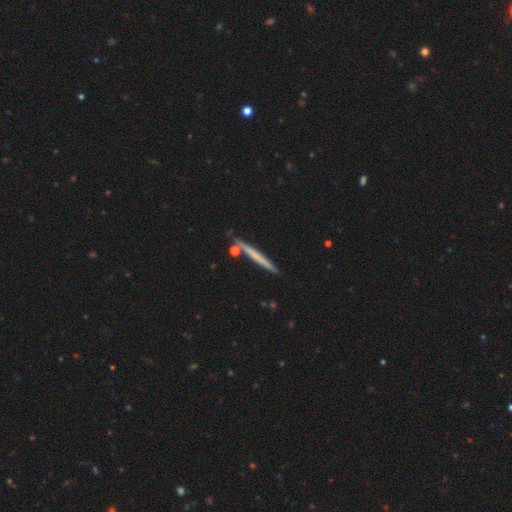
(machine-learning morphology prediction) This is possibly a smooth galaxy (53%). How rounded: clearly cigar-shaped (97%). Merging: clearly none (85%).